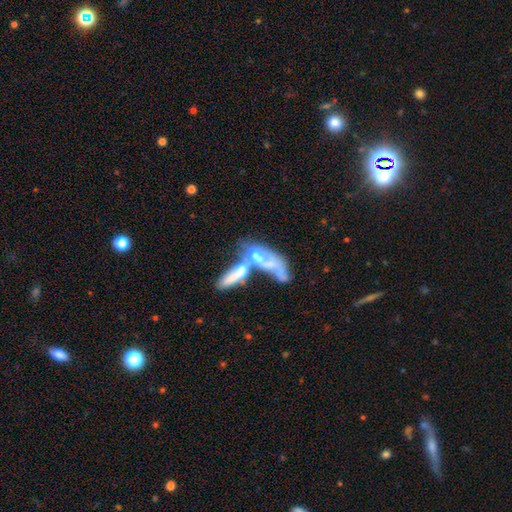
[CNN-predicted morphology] The model was most divided on "smooth or featured": featured or disk: 48%, smooth: 42%, star or artifact: 9%. More confident: merging — merger (70%).